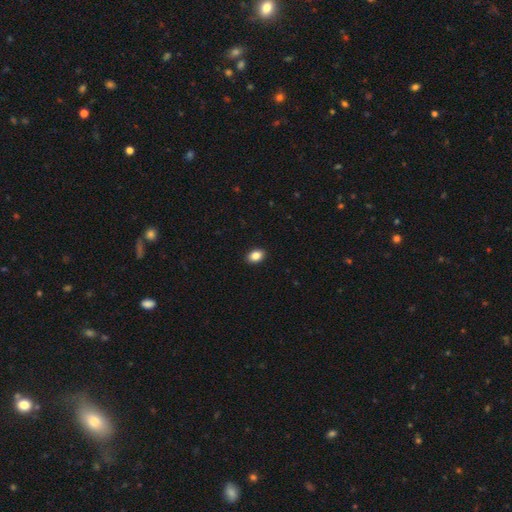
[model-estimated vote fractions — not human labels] smooth 86%, star or artifact 8%, featured or disk 5%. Down the decision tree: how rounded — in between (79%); merging — none (91%).